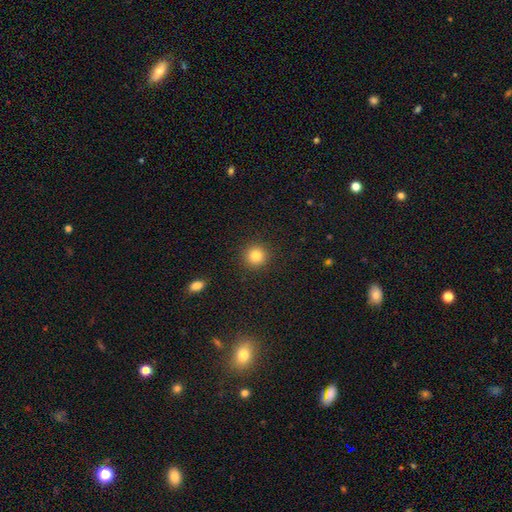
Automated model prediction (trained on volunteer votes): A smooth galaxy with no disk features (82%) that is round (93%).

Vote fractions:
- Smooth or featured? smooth: 82% / star or artifact: 11% / featured or disk: 6%
- How rounded? round: 93% / in between: 6% / cigar-shaped: 1%
- Merging? none: 92% / minor disturbance: 5% / major disturbance: 2% / merger: 1%